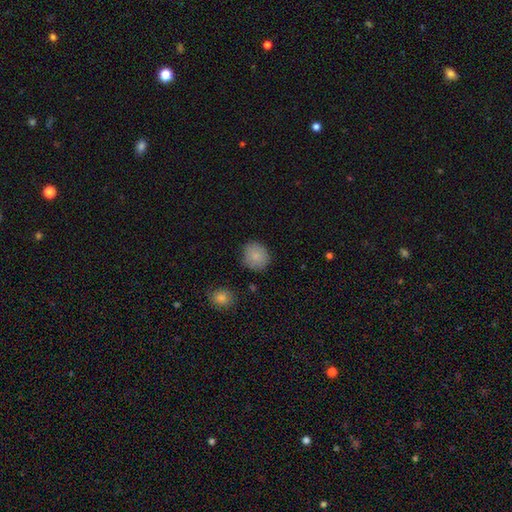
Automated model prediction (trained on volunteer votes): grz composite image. It shows a smooth galaxy with no disk features (85%) that is round (83%). Merging: none (82%).